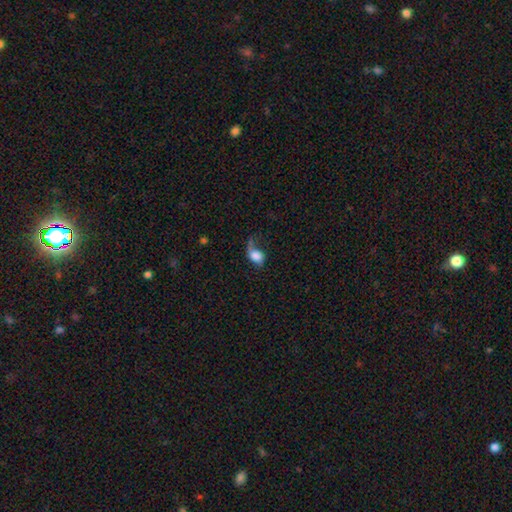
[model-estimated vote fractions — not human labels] smooth_or_featured: smooth (p=0.66) [alt: featured or disk p=0.25]
how_rounded: in between (p=0.73) [alt: round p=0.25]
merging: major disturbance (p=0.42) [alt: none p=0.28]